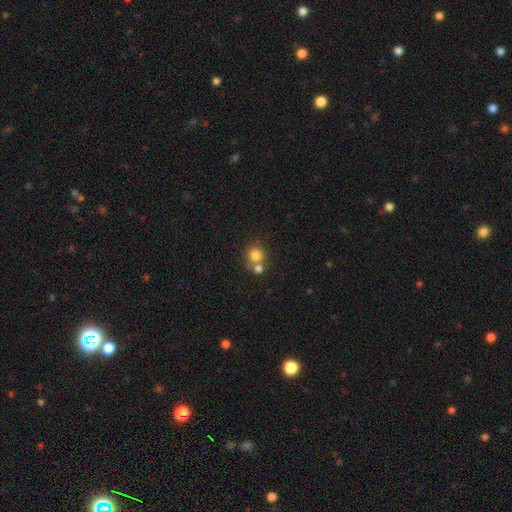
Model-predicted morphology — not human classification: Smooth or featured: smooth — 79% (star or artifact — 11%)
How rounded: round — 86% (in between — 13%)
Merging: none — 46% (merger — 42%)